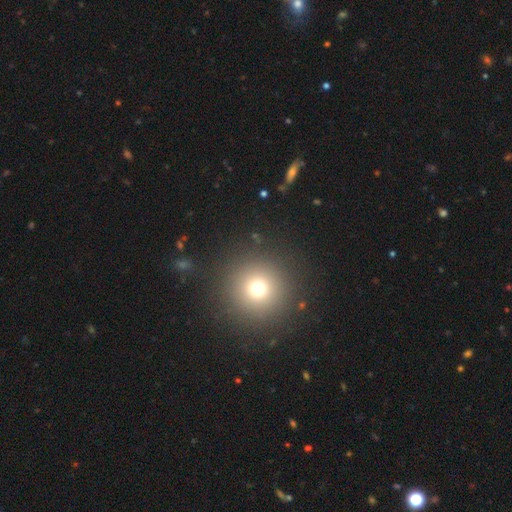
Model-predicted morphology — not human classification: Overall: smooth (62%; star or artifact 30%). How rounded: round (95%). Merging: none (92%).